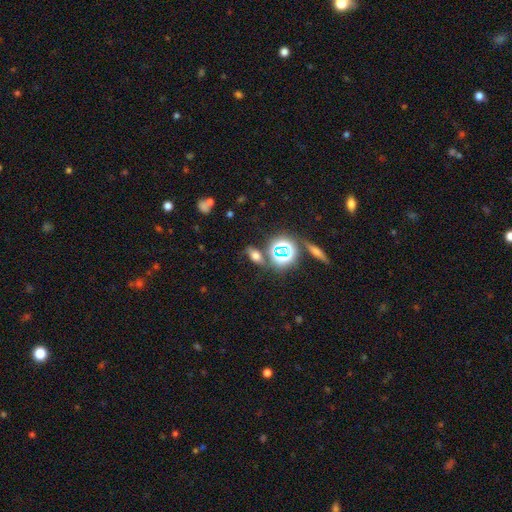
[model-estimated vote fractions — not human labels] Morphology: type=smooth (53%); roundness=in between (72%); merging=none (74%).